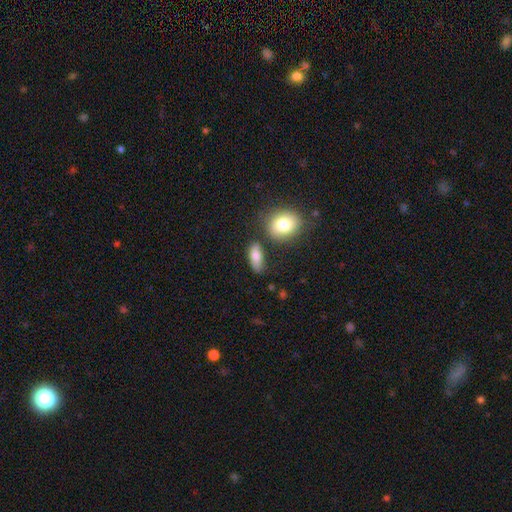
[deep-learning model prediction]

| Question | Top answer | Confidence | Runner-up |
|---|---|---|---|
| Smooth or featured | smooth | 81% | featured or disk (11%) |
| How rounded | in between | 78% | cigar-shaped (12%) |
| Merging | none | 70% | minor disturbance (16%) |